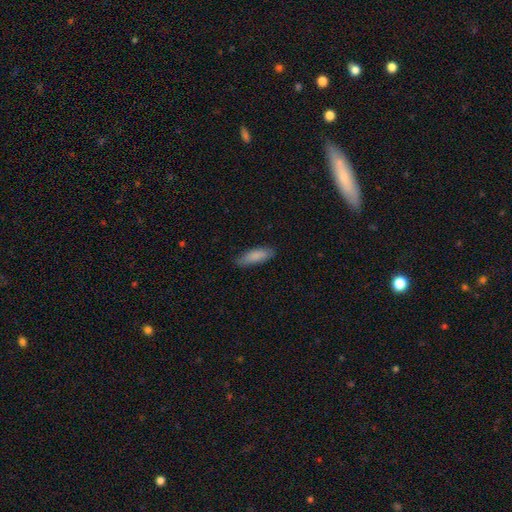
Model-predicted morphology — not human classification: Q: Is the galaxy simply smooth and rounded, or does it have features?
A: smooth — 85%.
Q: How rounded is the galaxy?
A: in between — 51%.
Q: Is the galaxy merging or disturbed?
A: none — 80%.